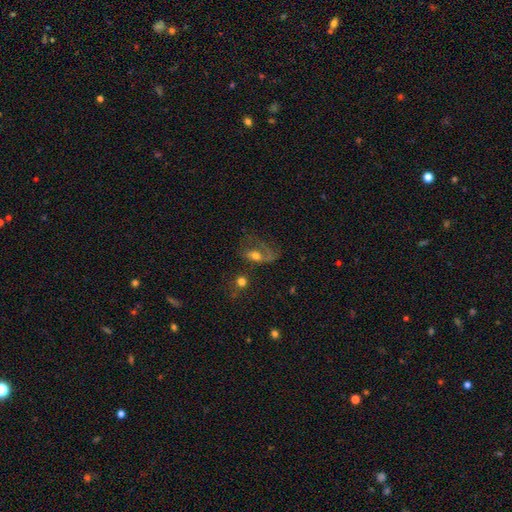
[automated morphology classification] A featured or disk galaxy (49%). Merging: major disturbance (49%).